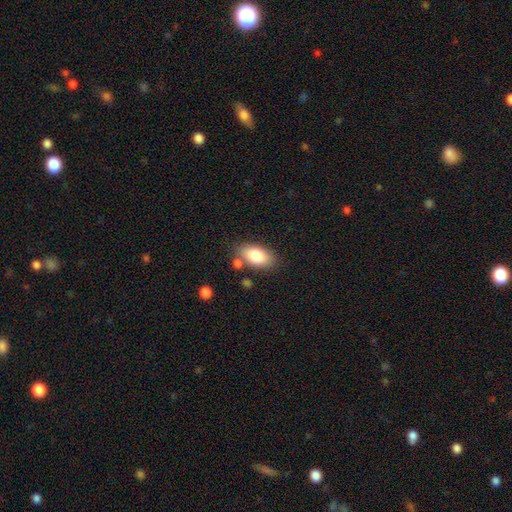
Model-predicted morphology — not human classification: Smooth or featured?
  - smooth: 82% *
  - featured or disk: 11%
  - star or artifact: 7%
How rounded?
  - in between: 92% *
  - round: 5%
  - cigar-shaped: 3%
Merging?
  - none: 75% *
  - minor disturbance: 14%
  - merger: 8%
  - major disturbance: 3%